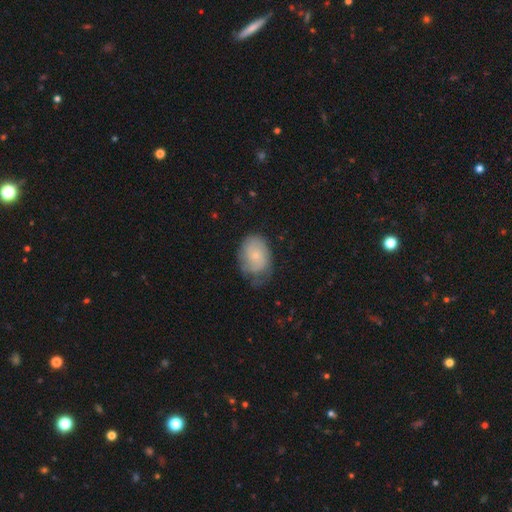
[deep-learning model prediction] A smooth galaxy with no disk features (53%) that is in between round and cigar-shaped (74%). Merging: none (48%).